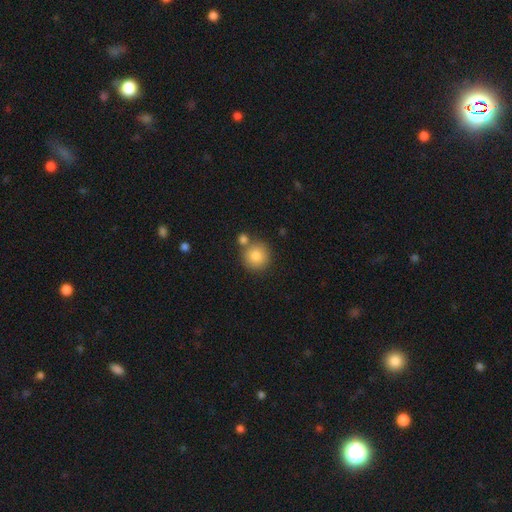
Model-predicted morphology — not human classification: smooth-or-featured: smooth: 83% | star or artifact: 9% | featured or disk: 8%
  how-rounded: round: 94% | in between: 5% | cigar-shaped: 1%
  merging: none: 69% | merger: 19% | minor disturbance: 9% | major disturbance: 3%